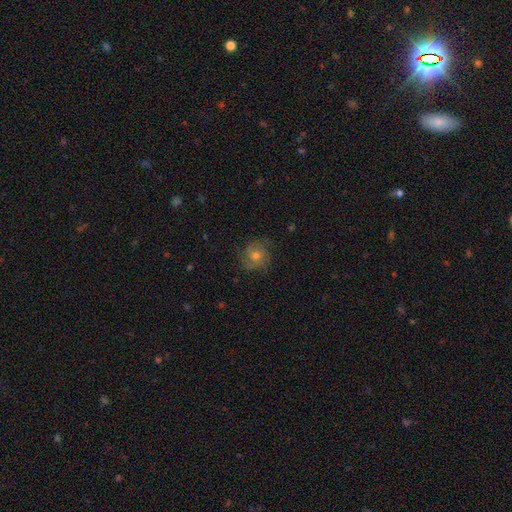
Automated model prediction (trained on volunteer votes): featured or disk 56%, smooth 30%, star or artifact 14%. Down the decision tree: edge-on disk — no (97%); bar — no (78%); spiral arms — yes (88%); bulge size — moderate (62%); merging — none (76%).